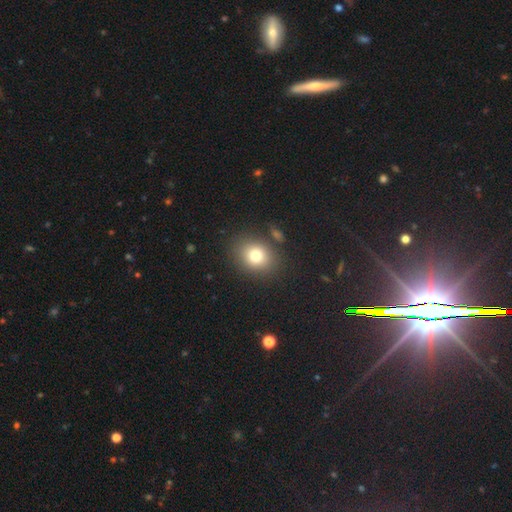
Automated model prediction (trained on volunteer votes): smooth 78%, star or artifact 12%, featured or disk 10%. Down the decision tree: how rounded — round (55%); merging — none (81%).